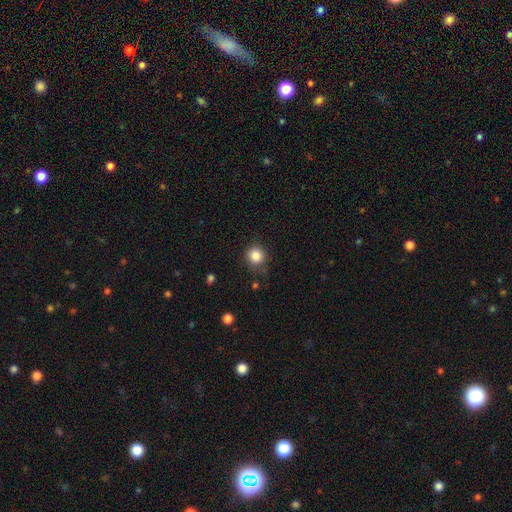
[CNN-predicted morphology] smooth-or-featured: smooth: 85% | star or artifact: 10% | featured or disk: 4%
  how-rounded: round: 87% | in between: 12% | cigar-shaped: 1%
  merging: none: 76% | minor disturbance: 17% | major disturbance: 5% | merger: 2%